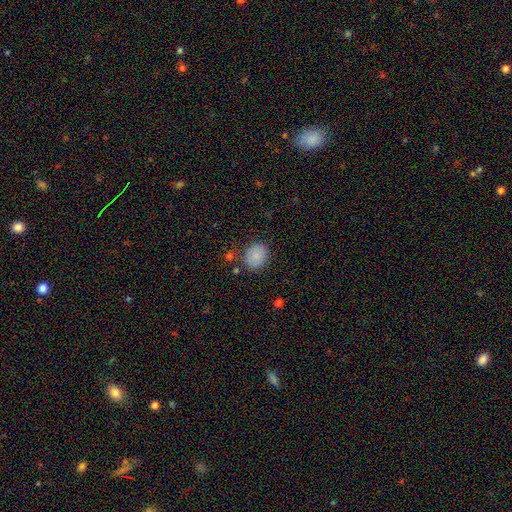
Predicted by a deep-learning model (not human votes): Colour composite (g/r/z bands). It shows a smooth galaxy with no disk features (85%) that is round (55%). Merging: none (80%).